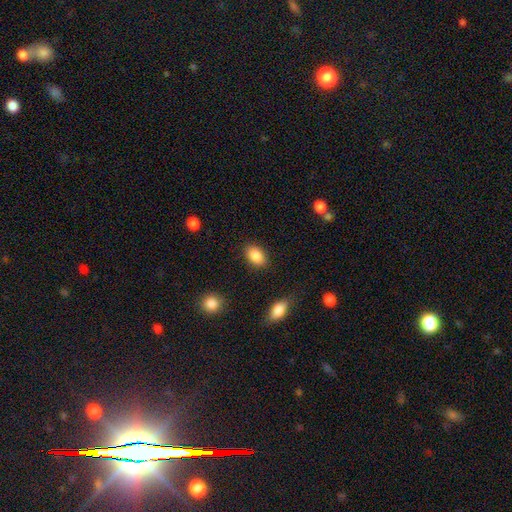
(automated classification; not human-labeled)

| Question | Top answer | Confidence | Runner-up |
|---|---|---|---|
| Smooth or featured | smooth | 87% | star or artifact (8%) |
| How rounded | in between | 87% | round (12%) |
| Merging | none | 84% | minor disturbance (11%) |